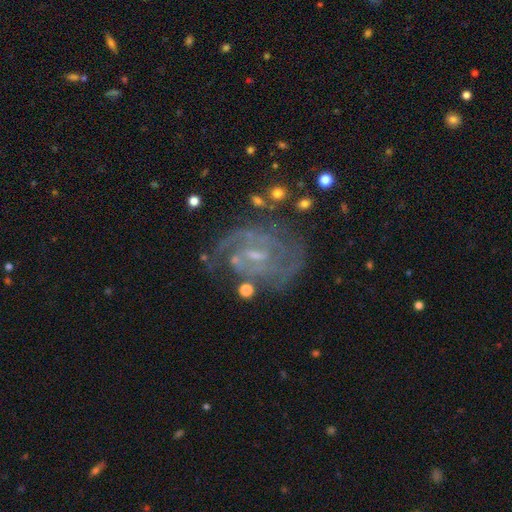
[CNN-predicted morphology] featured or disk 85%, smooth 8%, star or artifact 7%. Down the decision tree: edge-on disk — no (97%); bar — weak (57%); spiral arms — yes (92%); spiral arm count — 2 (49%); spiral winding — tight (52%); bulge size — small (63%); merging — none (65%).